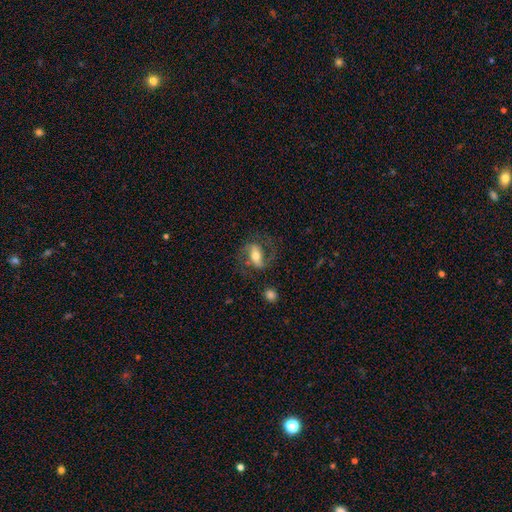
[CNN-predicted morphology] Smooth or featured?
  - featured or disk: 66% *
  - smooth: 27%
  - star or artifact: 7%
Edge-on disk?
  - no: 93% *
  - yes: 7%
Bar?
  - strong: 46% *
  - weak: 32%
  - no: 23%
Spiral arms?
  - yes: 87% *
  - no: 13%
Spiral winding?
  - medium: 45% *
  - loose: 42%
  - tight: 14%
Spiral arm count?
  - 2: 85% *
  - 1: 6%
  - can't tell: 5%
  - 3: 1%
  - 4: 1%
  - more than 4: 1%
Bulge size?
  - moderate: 67% *
  - small: 17%
  - large: 13%
  - dominant: 2%
  - none: 1%
Merging?
  - none: 64% *
  - minor disturbance: 17%
  - major disturbance: 16%
  - merger: 2%